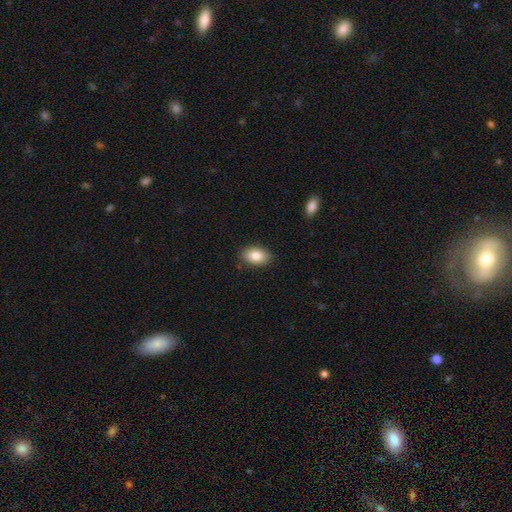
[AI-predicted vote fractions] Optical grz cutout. It shows a smooth galaxy with no disk features (85%) that is in between round and cigar-shaped (90%). Merging: none (87%).